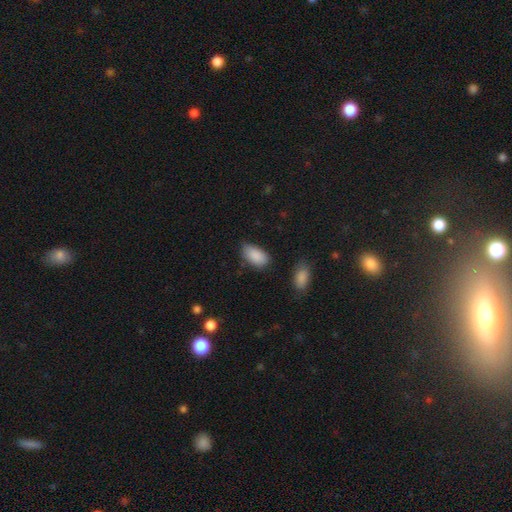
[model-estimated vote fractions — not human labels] smooth 89%, star or artifact 7%, featured or disk 4%. Down the decision tree: how rounded — in between (94%); merging — none (67%).